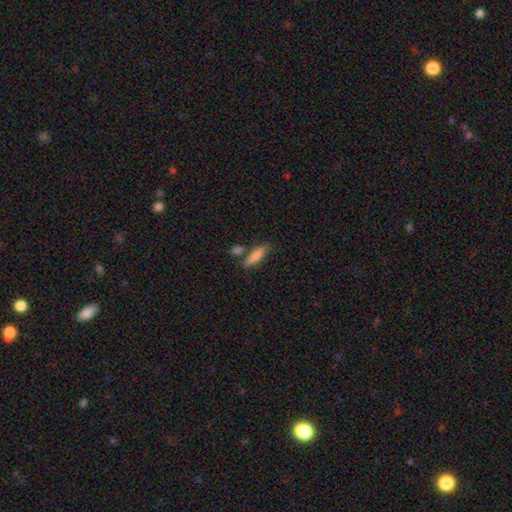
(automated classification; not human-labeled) Overall: smooth (81%). How rounded: cigar-shaped (59%; in between 38%). Merging: none (62%).